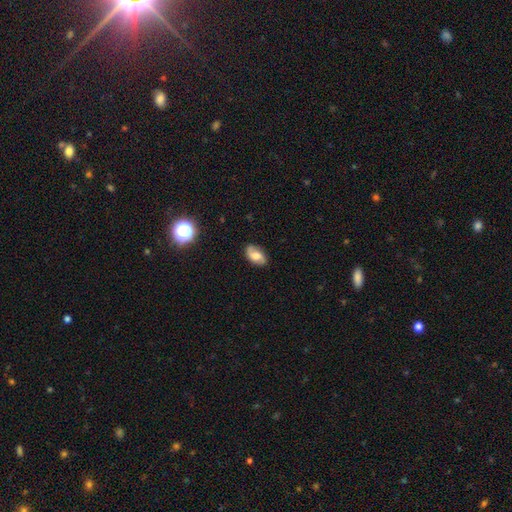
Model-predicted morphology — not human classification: Smooth or featured: smooth — 51% (featured or disk — 39%)
How rounded: in between — 90% (round — 8%)
Merging: none — 79% (minor disturbance — 16%)